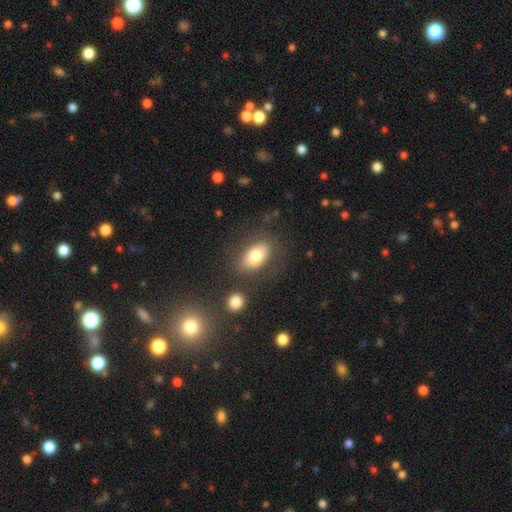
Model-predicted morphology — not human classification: Smooth or featured: smooth — 75% (featured or disk — 17%)
How rounded: in between — 89% (round — 9%)
Merging: none — 73% (minor disturbance — 14%)